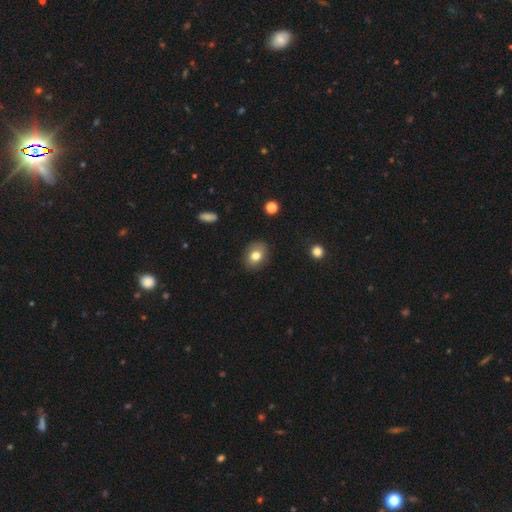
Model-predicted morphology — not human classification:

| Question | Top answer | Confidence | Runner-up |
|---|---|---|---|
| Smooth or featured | smooth | 79% | featured or disk (12%) |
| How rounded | in between | 57% | round (42%) |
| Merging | none | 86% | minor disturbance (10%) |